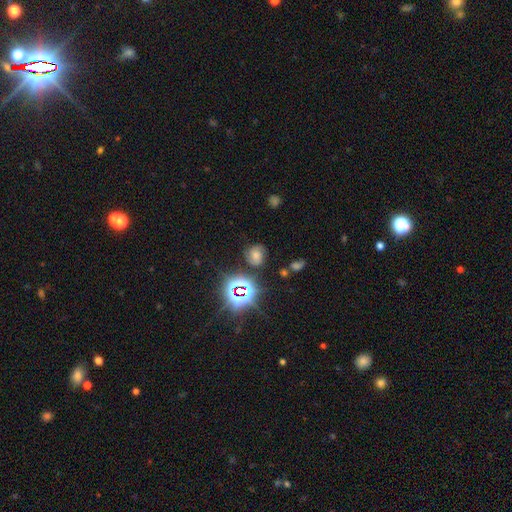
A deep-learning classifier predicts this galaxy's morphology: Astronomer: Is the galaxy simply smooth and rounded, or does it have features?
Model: featured or disk — 39% (runner-up: smooth, 33%).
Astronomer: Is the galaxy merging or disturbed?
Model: none — 70%.